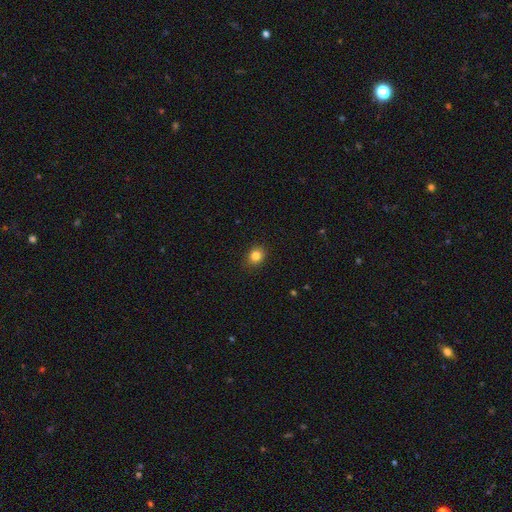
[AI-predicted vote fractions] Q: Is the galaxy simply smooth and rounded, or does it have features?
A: smooth — 84%.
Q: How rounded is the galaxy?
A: round — 74%.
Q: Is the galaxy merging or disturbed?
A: none — 89%.